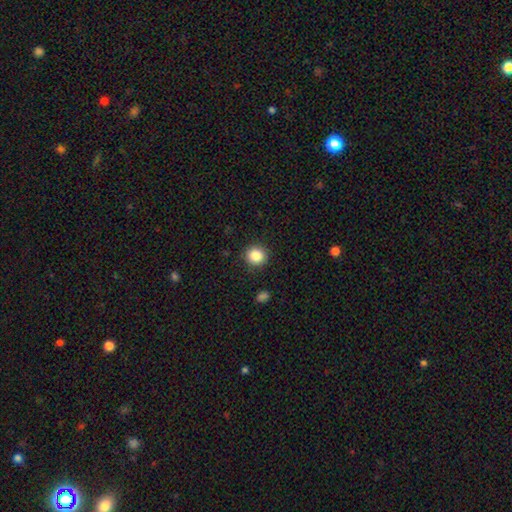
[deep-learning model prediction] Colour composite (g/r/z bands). It shows a smooth galaxy with no disk features (86%) that is round (91%). Merging: none (90%).